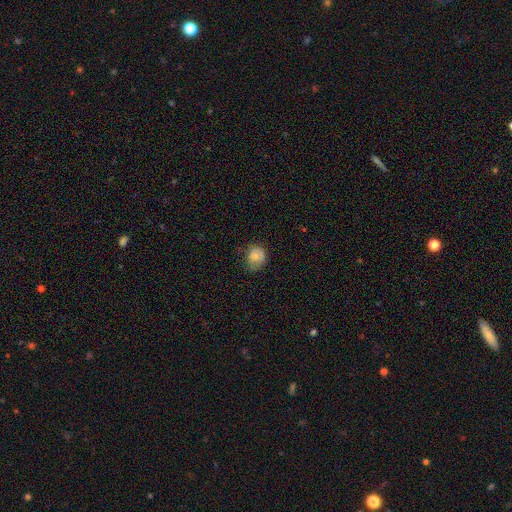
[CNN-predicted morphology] A smooth galaxy with no disk features (74%) that is round (66%).

Vote fractions:
- Smooth or featured? smooth: 74% / featured or disk: 17% / star or artifact: 9%
- How rounded? round: 66% / in between: 34% / cigar-shaped: 1%
- Merging? none: 52% / minor disturbance: 33% / major disturbance: 14% / merger: 2%